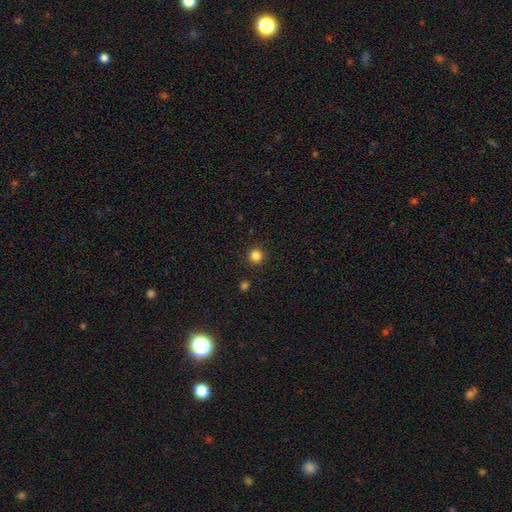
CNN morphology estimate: smooth_or_featured: smooth (p=0.83) [alt: star or artifact p=0.13]
how_rounded: round (p=0.95) [alt: in between p=0.04]
merging: none (p=0.92) [alt: minor disturbance p=0.05]